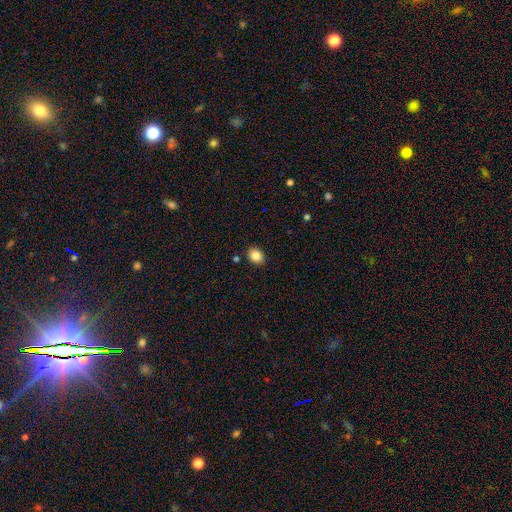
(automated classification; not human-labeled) Smooth or featured: smooth — 85% (star or artifact — 9%)
How rounded: in between — 58% (round — 41%)
Merging: none — 88% (minor disturbance — 8%)